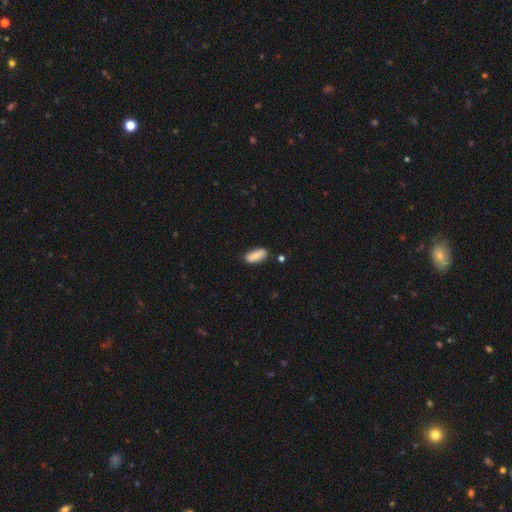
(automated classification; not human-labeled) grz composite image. It shows a smooth galaxy with no disk features (83%) that is in between round and cigar-shaped (78%). Merging: none (81%).